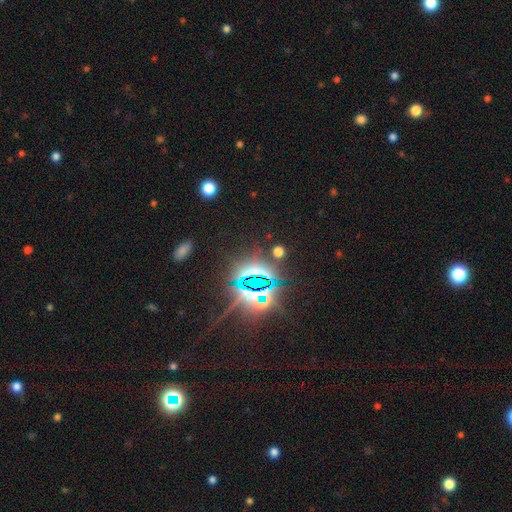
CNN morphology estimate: type=star or artifact (83%).